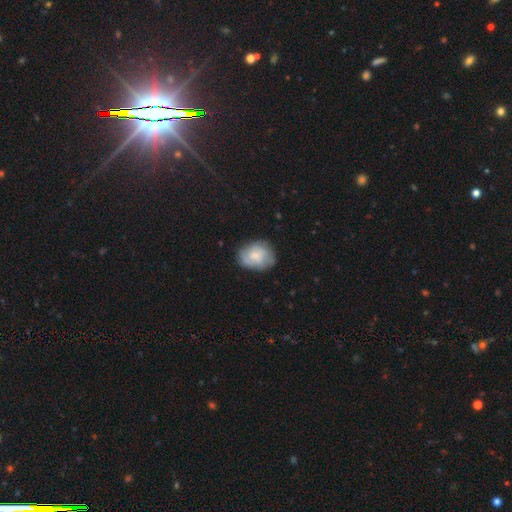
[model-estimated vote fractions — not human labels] smooth 56%, featured or disk 37%, star or artifact 7%. Down the decision tree: how rounded — in between (60%); merging — none (69%).